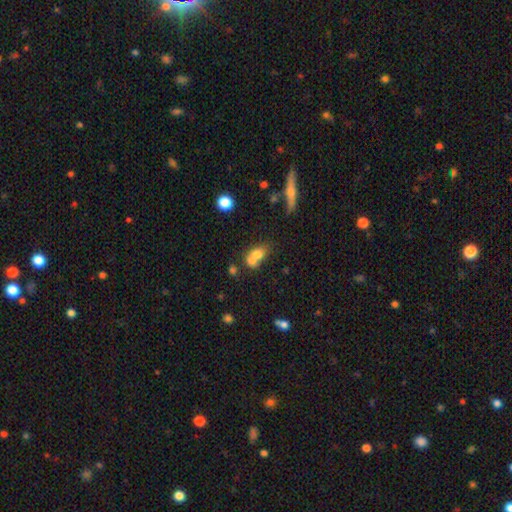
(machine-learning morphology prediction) Smooth or featured? Predicted: smooth (p=0.70). How rounded? Predicted: in between (p=0.54). Merging? Predicted: merger (p=0.64).